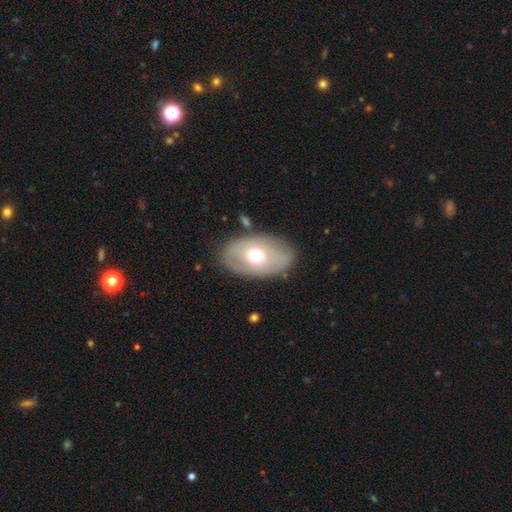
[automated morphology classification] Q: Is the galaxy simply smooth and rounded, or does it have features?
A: smooth — 50%.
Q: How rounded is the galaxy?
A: in between — 87%.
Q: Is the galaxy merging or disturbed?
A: none — 79%.